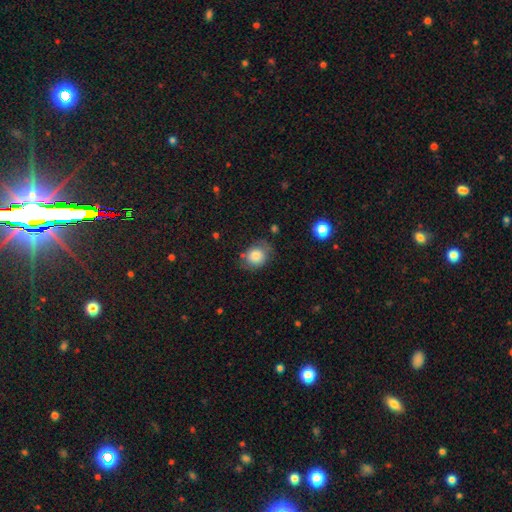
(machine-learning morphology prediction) smooth_or_featured: smooth (p=0.79) [alt: featured or disk p=0.12]
how_rounded: round (p=0.63) [alt: in between p=0.36]
merging: none (p=0.66) [alt: minor disturbance p=0.23]